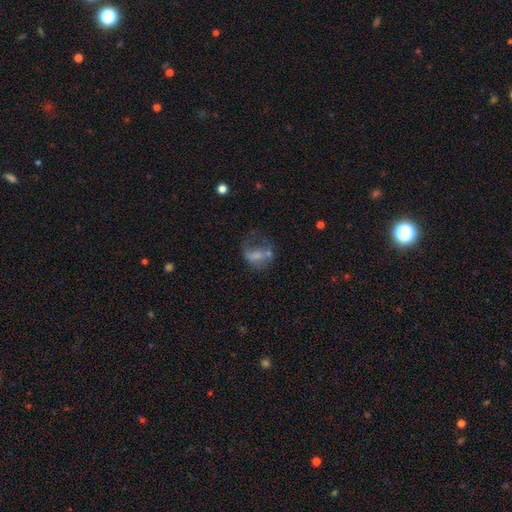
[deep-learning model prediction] Q: Smooth or featured?
A: smooth (44%); runner-up: featured or disk (38%)
Q: Merging?
A: major disturbance (38%); runner-up: none (32%)